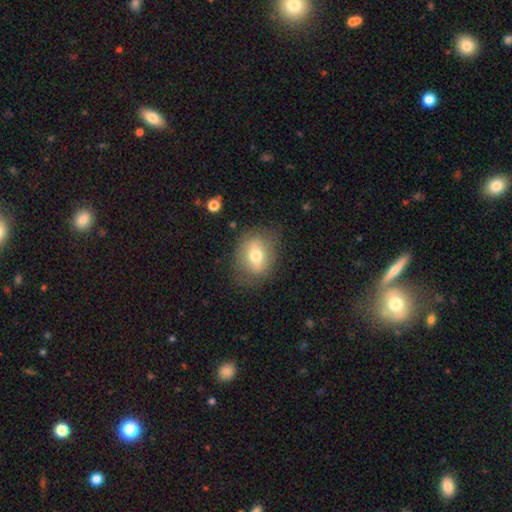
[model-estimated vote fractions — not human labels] Smooth or featured? smooth (60%)
How rounded? in between (50%)
Merging? none (77%)